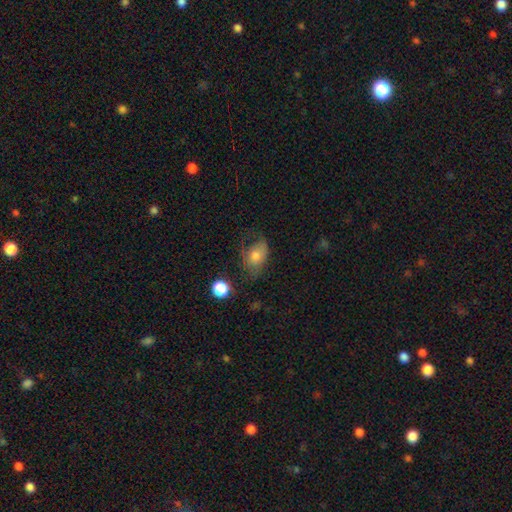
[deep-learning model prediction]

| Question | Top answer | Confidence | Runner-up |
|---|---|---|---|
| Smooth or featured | smooth | 69% | featured or disk (21%) |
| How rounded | in between | 75% | round (23%) |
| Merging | none | 43% | minor disturbance (30%) |